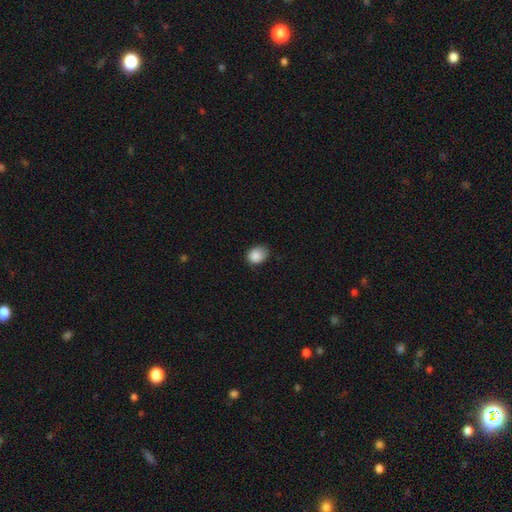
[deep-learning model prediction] A smooth galaxy with no disk features (87%) that is round (53%).

Vote fractions:
- Smooth or featured? smooth: 87% / star or artifact: 9% / featured or disk: 4%
- How rounded? round: 53% / in between: 46% / cigar-shaped: 1%
- Merging? none: 65% / minor disturbance: 29% / major disturbance: 5% / merger: 1%